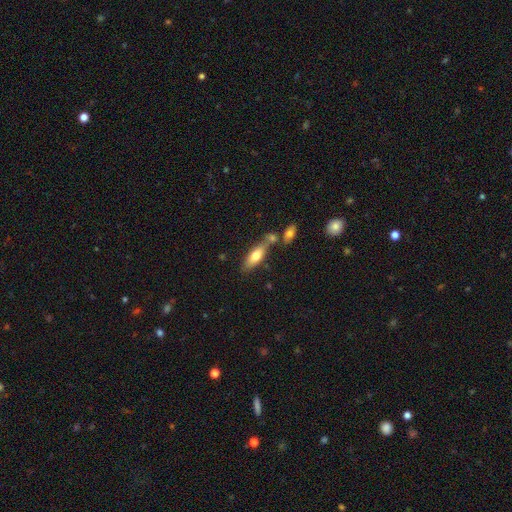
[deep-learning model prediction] Q: Smooth or featured?
A: smooth (70%); runner-up: featured or disk (24%)
Q: How rounded?
A: in between (63%); runner-up: cigar-shaped (35%)
Q: Merging?
A: none (55%); runner-up: merger (28%)